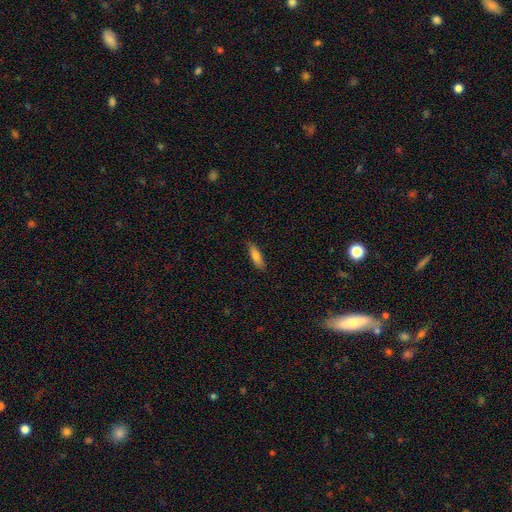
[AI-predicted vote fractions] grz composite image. It shows a smooth galaxy with no disk features (78%) that is cigar-shaped (50%). Merging: none (85%).